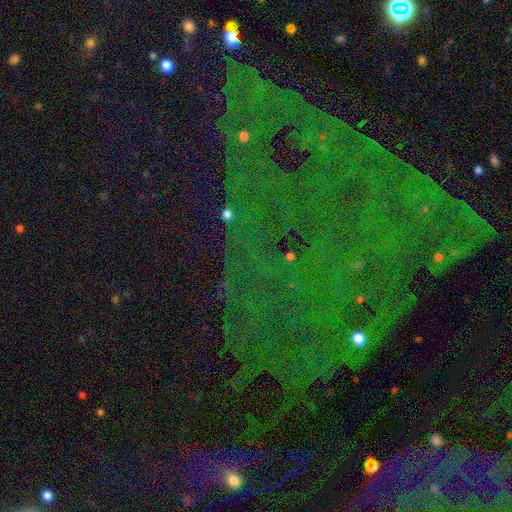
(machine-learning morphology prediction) smooth_or_featured: star or artifact (p=0.82) [alt: smooth p=0.09]